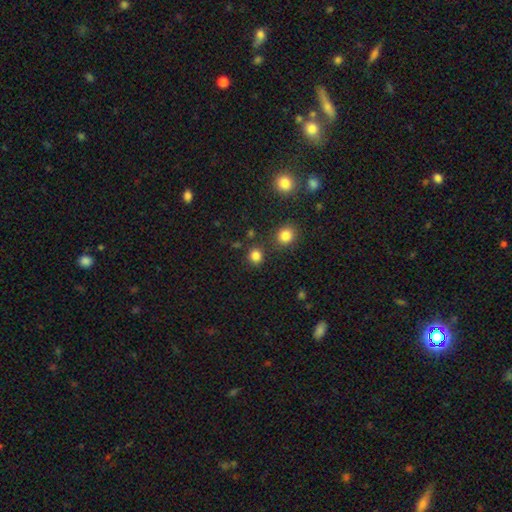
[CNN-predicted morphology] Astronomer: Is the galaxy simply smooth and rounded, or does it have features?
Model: smooth — 83%.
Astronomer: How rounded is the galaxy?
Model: round — 86%.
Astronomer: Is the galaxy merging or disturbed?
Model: none — 82%.